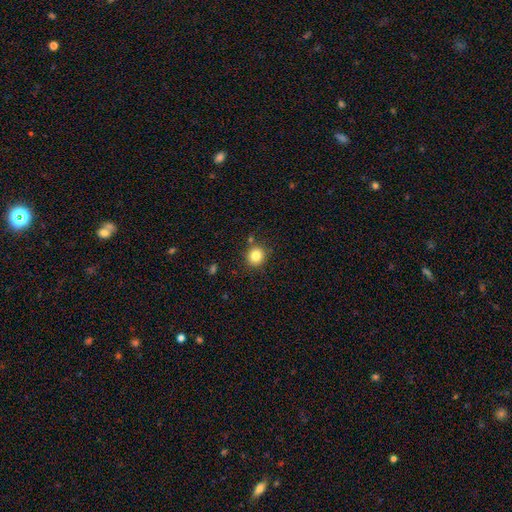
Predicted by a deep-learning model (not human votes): A smooth galaxy with no disk features (83%) that is round (87%).

Vote fractions:
- Smooth or featured? smooth: 83% / star or artifact: 11% / featured or disk: 6%
- How rounded? round: 87% / in between: 12% / cigar-shaped: 1%
- Merging? none: 84% / minor disturbance: 9% / merger: 4% / major disturbance: 2%